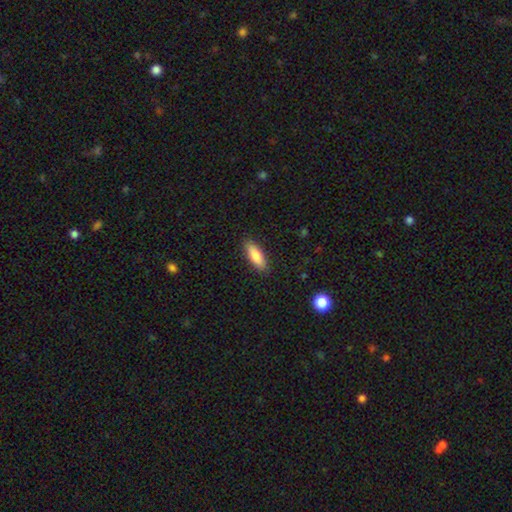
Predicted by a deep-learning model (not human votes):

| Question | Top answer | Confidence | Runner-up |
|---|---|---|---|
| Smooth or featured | smooth | 80% | featured or disk (14%) |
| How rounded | in between | 59% | cigar-shaped (39%) |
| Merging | none | 89% | minor disturbance (8%) |